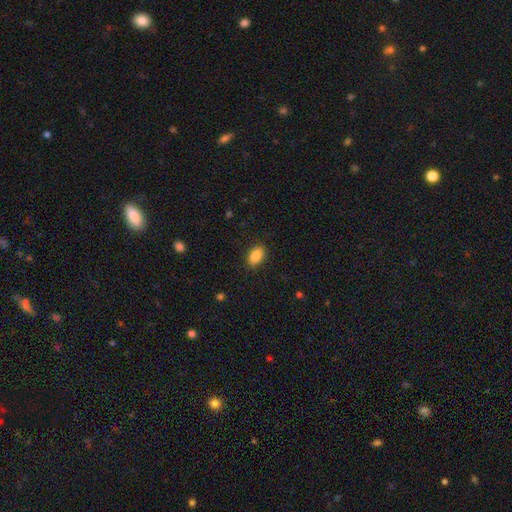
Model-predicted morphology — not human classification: Q: Smooth or featured?
A: smooth (87%); runner-up: star or artifact (8%)
Q: How rounded?
A: in between (88%); runner-up: round (10%)
Q: Merging?
A: none (87%); runner-up: minor disturbance (10%)